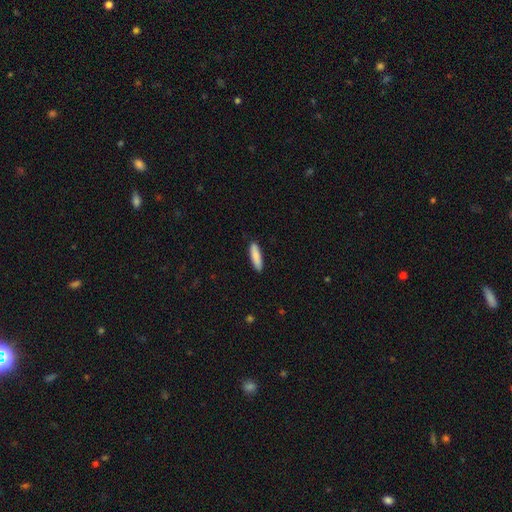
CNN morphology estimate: Smooth or featured?
  - smooth: 87% *
  - featured or disk: 8%
  - star or artifact: 5%
How rounded?
  - cigar-shaped: 67% *
  - in between: 32%
  - round: 1%
Merging?
  - none: 89% *
  - minor disturbance: 8%
  - major disturbance: 2%
  - merger: 1%